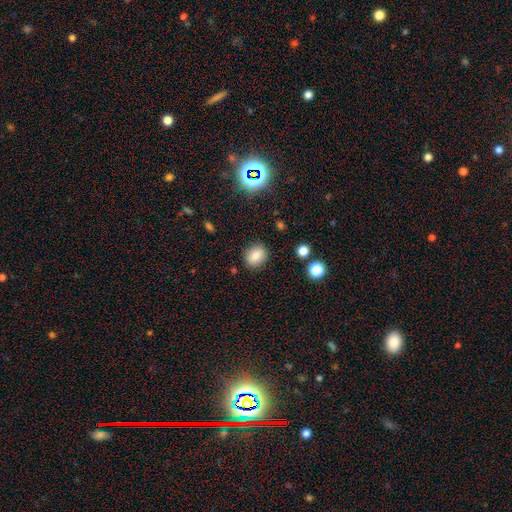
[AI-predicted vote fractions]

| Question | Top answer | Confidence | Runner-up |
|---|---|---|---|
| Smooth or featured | smooth | 79% | star or artifact (11%) |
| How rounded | round | 60% | in between (38%) |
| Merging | none | 87% | minor disturbance (9%) |